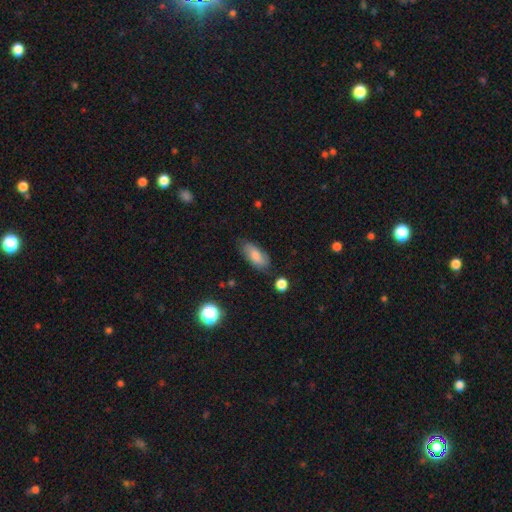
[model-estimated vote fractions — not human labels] This appears to be a smooth galaxy with no disk features (77%) that is in between round and cigar-shaped (86%). Merging: none (74%).